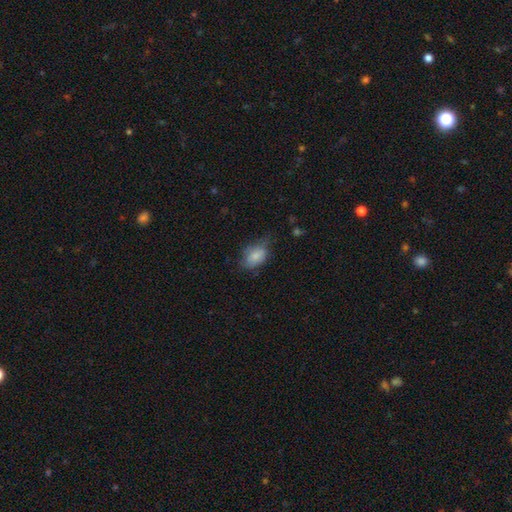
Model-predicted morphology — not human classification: smooth-or-featured: smooth: 81% | featured or disk: 11% | star or artifact: 8%
  how-rounded: in between: 84% | round: 15% | cigar-shaped: 2%
  merging: none: 49% | minor disturbance: 36% | major disturbance: 13% | merger: 2%